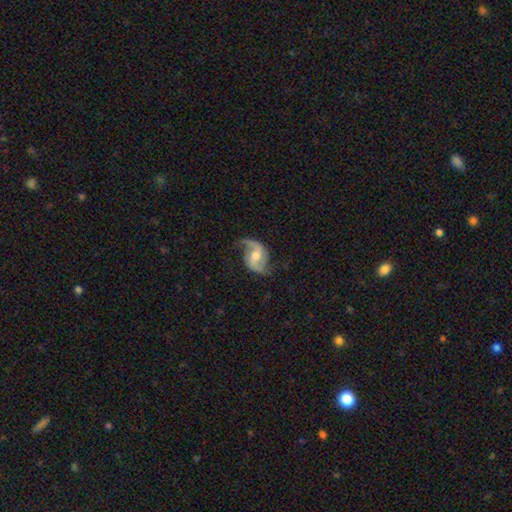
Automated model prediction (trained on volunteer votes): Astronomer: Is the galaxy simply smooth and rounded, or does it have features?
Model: featured or disk — 86%.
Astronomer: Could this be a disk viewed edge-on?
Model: no — 97%.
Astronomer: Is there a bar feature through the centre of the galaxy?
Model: weak — 48% (runner-up: no, 35%).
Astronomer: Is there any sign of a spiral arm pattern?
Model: yes — 96%.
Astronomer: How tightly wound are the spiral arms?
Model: loose — 64%.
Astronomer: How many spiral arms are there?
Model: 2 — 91%.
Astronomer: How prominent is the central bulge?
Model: moderate — 60%.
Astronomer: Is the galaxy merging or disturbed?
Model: none — 70%.